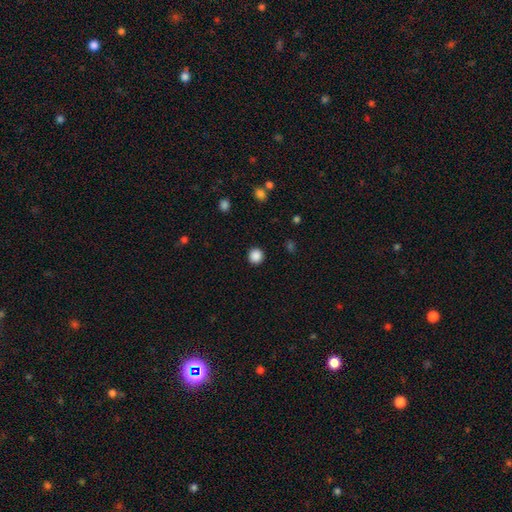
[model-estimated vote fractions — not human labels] A smooth galaxy with no disk features (87%) that is round (94%).

Vote fractions:
- Smooth or featured? smooth: 87% / star or artifact: 10% / featured or disk: 3%
- How rounded? round: 94% / in between: 5% / cigar-shaped: 1%
- Merging? none: 92% / minor disturbance: 5% / major disturbance: 2% / merger: 1%